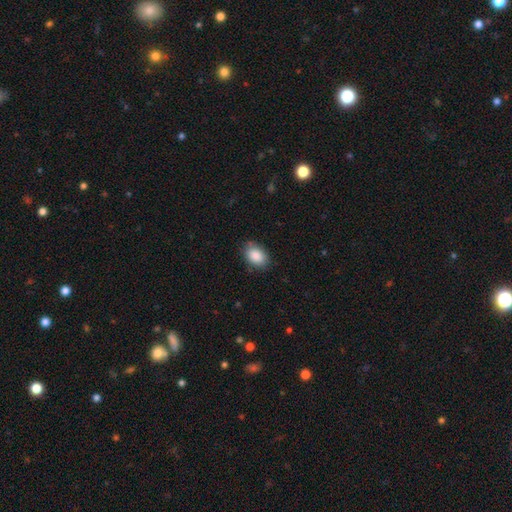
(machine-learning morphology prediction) smooth-or-featured: smooth: 88% | star or artifact: 7% | featured or disk: 5%
  how-rounded: in between: 86% | round: 13% | cigar-shaped: 1%
  merging: none: 82% | minor disturbance: 14% | major disturbance: 3% | merger: 1%